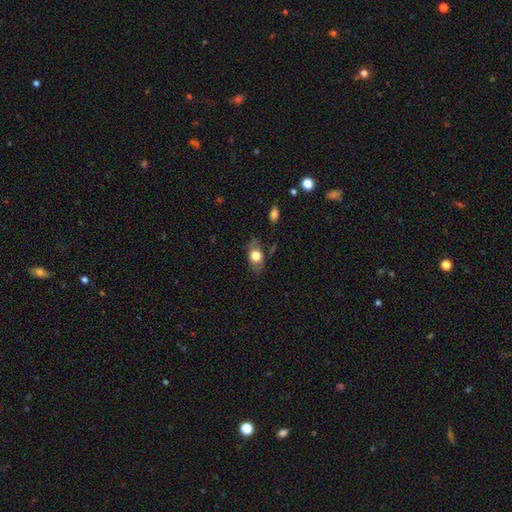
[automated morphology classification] Smooth or featured? Predicted: smooth (p=0.69). How rounded? Predicted: in between (p=0.82). Merging? Predicted: none (p=0.75).